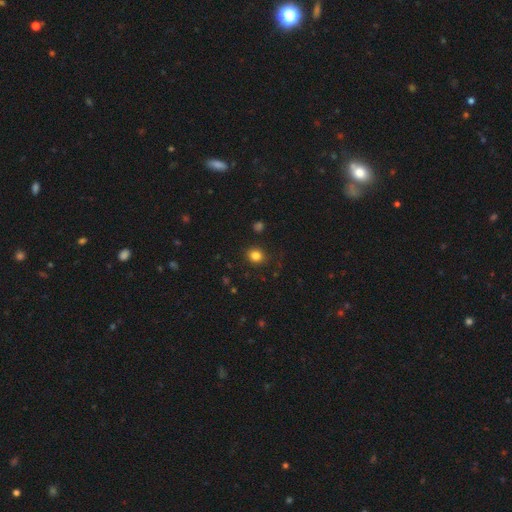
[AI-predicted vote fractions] smooth_or_featured: smooth (p=0.82) [alt: star or artifact p=0.13]
how_rounded: round (p=0.75) [alt: in between p=0.24]
merging: none (p=0.88) [alt: minor disturbance p=0.08]